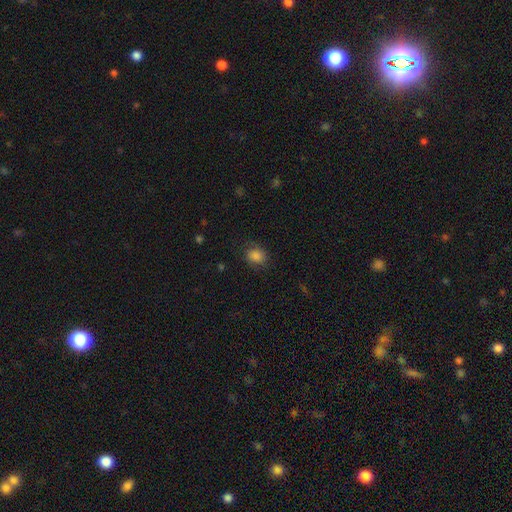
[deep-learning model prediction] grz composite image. It shows a smooth galaxy with no disk features (84%) that is round (52%). Merging: none (77%).